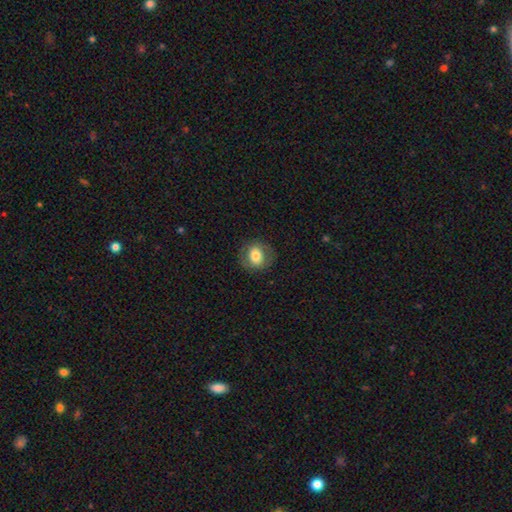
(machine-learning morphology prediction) type=smooth (69%); roundness=round (67%); merging=none (82%).